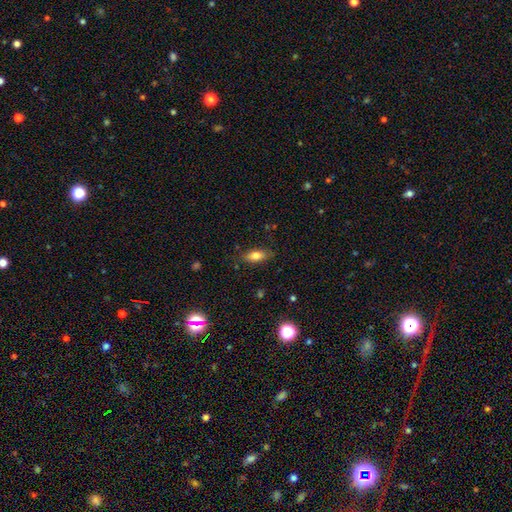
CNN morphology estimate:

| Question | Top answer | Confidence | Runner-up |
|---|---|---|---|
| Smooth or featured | smooth | 78% | featured or disk (14%) |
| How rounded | in between | 79% | cigar-shaped (16%) |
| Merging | none | 82% | minor disturbance (14%) |